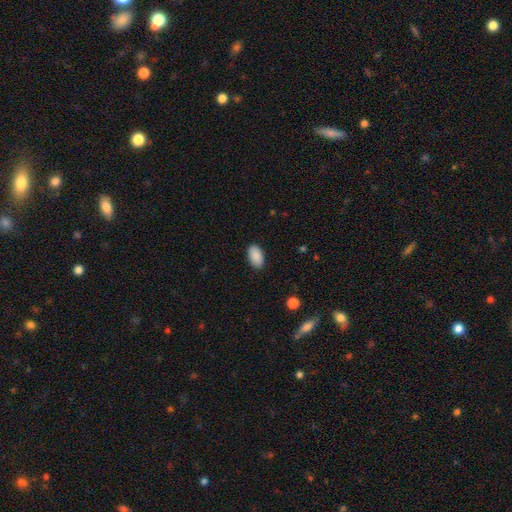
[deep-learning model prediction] Smooth or featured? smooth (90%)
How rounded? in between (94%)
Merging? none (88%)